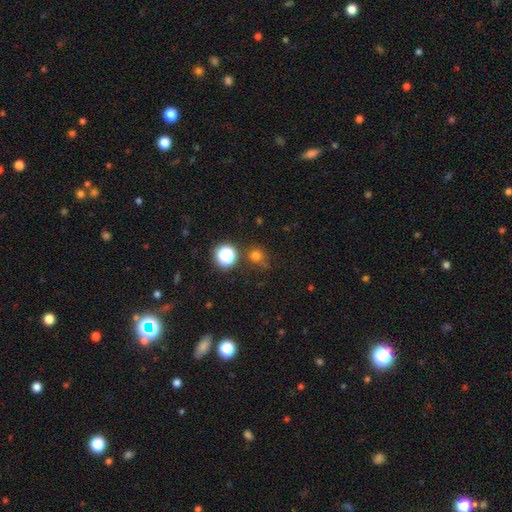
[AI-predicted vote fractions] This is likely a smooth galaxy (71%). How rounded: clearly round (89%). Merging: likely none (73%).